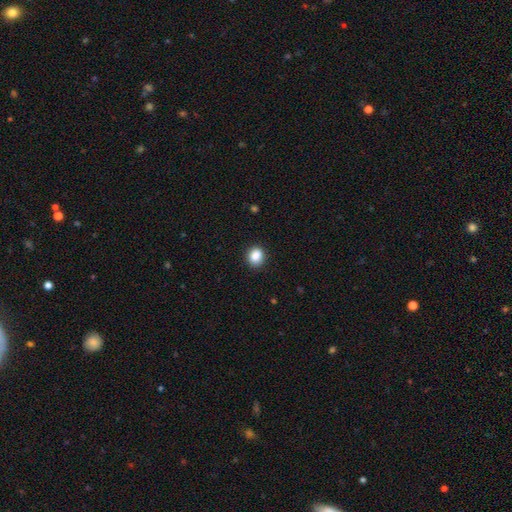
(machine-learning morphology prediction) smooth-or-featured: smooth: 88% | star or artifact: 9% | featured or disk: 3%
  how-rounded: round: 71% | in between: 28% | cigar-shaped: 1%
  merging: none: 90% | minor disturbance: 7% | major disturbance: 2% | merger: 1%